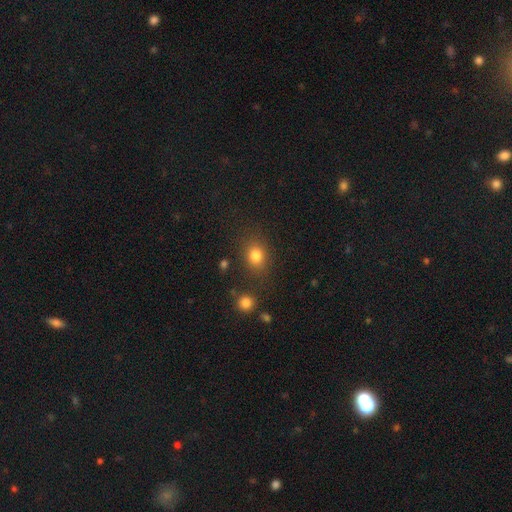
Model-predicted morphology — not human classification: This appears to be a smooth galaxy with no disk features (82%) that is round (58%). Merging: none (79%).